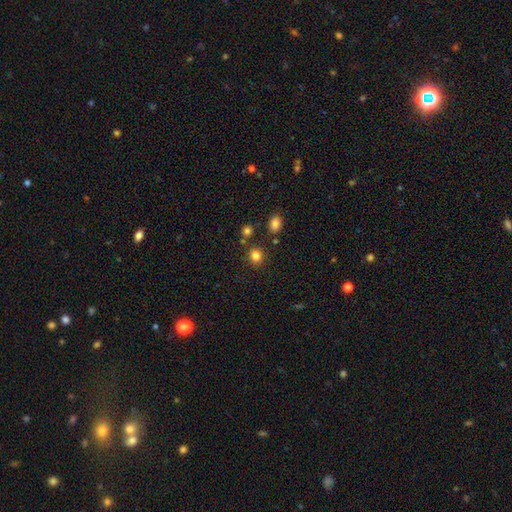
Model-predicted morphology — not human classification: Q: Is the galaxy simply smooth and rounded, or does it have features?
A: smooth — 83%.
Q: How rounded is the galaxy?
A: round — 85%.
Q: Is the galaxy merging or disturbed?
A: none — 84%.